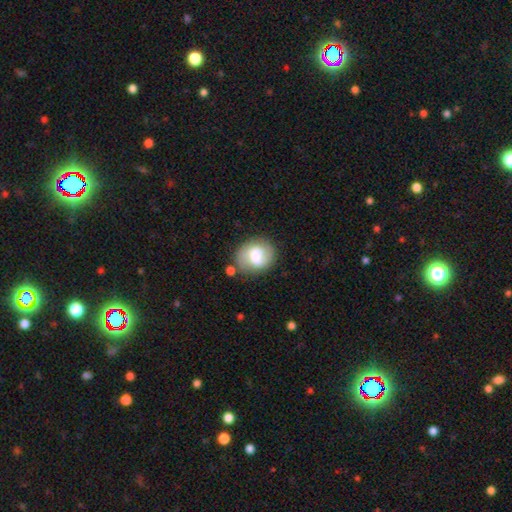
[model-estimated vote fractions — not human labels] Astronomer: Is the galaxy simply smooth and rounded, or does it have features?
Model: featured or disk — 47% (runner-up: smooth, 46%).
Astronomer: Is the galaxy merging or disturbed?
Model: none — 67%.